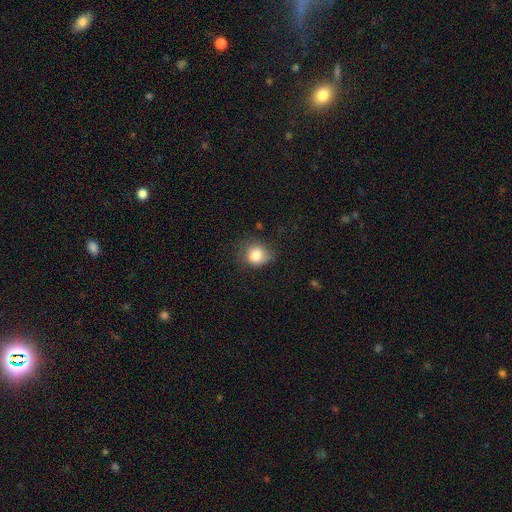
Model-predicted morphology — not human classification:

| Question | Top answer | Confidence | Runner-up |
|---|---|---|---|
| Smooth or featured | smooth | 82% | star or artifact (9%) |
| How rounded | round | 69% | in between (30%) |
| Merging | none | 59% | minor disturbance (30%) |